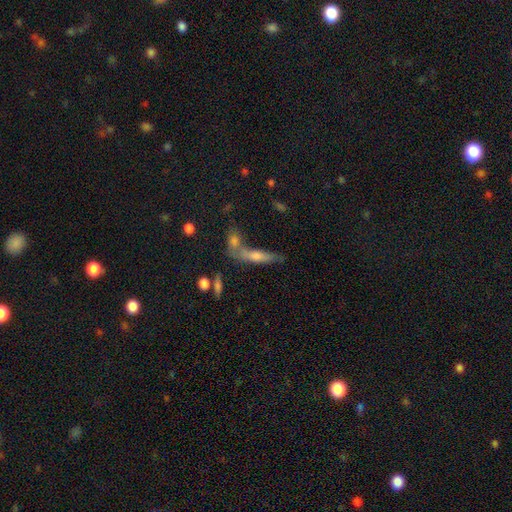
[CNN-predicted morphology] Overall: smooth (49%; featured or disk 40%). Merging: none (49%; merger 33%).